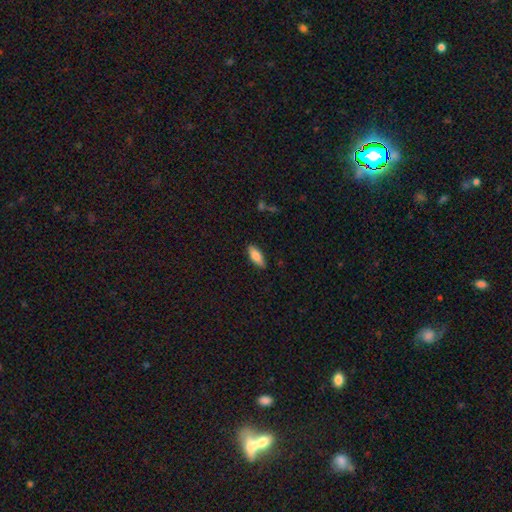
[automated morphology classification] smooth_or_featured: smooth (p=0.80) [alt: featured or disk p=0.13]
how_rounded: in between (p=0.73) [alt: cigar-shaped p=0.25]
merging: none (p=0.86) [alt: minor disturbance p=0.11]